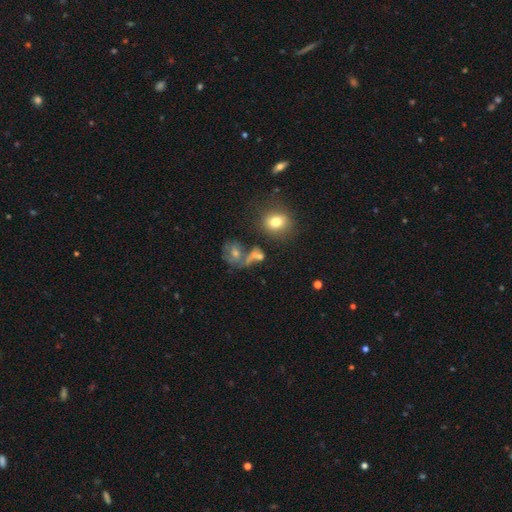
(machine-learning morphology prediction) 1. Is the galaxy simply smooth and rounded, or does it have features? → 43% smooth, 30% featured or disk, 27% star or artifact.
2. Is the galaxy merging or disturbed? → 48% none, 26% merger, 14% minor disturbance, 12% major disturbance.